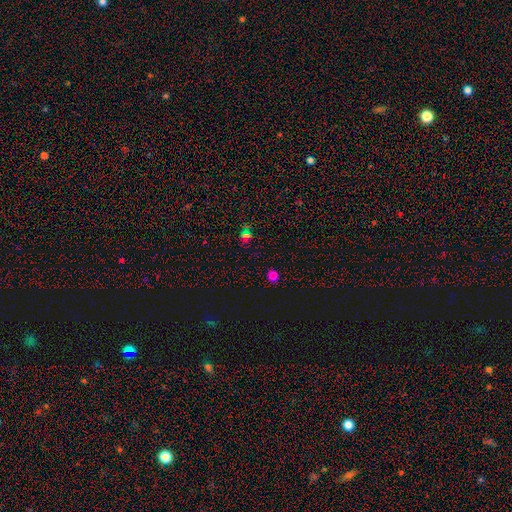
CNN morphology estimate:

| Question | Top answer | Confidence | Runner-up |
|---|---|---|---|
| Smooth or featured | smooth | 59% | star or artifact (35%) |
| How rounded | round | 87% | in between (11%) |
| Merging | none | 89% | minor disturbance (6%) |